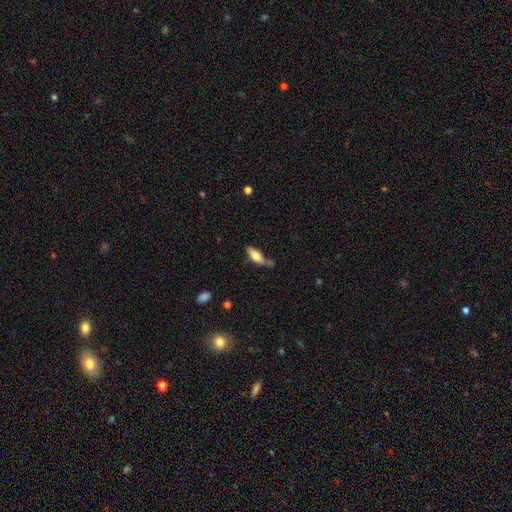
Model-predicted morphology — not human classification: Smooth or featured? smooth (70%)
How rounded? in between (69%)
Merging? none (48%)